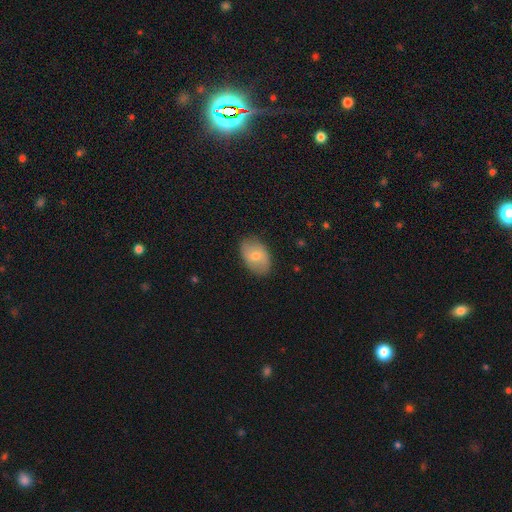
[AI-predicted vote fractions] Q: Smooth or featured?
A: smooth (66%); runner-up: featured or disk (28%)
Q: How rounded?
A: in between (88%); runner-up: round (11%)
Q: Merging?
A: none (84%); runner-up: minor disturbance (13%)